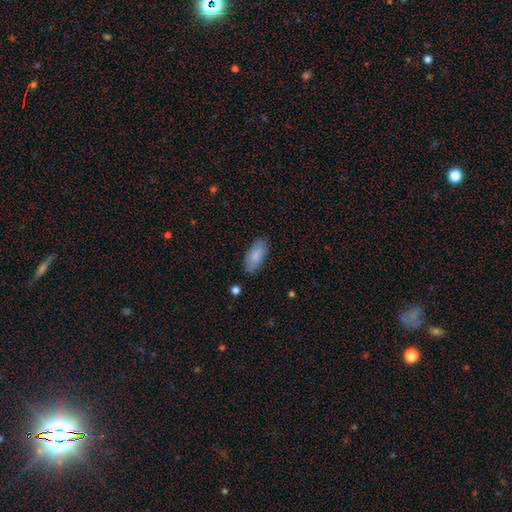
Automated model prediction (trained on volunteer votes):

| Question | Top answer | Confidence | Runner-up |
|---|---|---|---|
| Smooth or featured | smooth | 82% | featured or disk (12%) |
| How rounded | in between | 89% | cigar-shaped (9%) |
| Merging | none | 82% | minor disturbance (14%) |